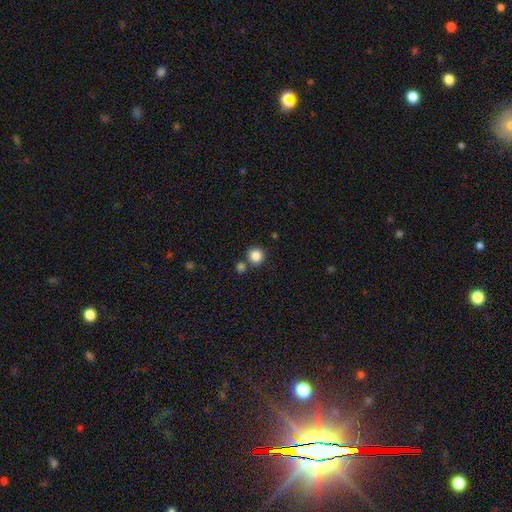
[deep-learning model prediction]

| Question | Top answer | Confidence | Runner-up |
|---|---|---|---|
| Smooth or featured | smooth | 86% | star or artifact (10%) |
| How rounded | round | 93% | in between (6%) |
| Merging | none | 76% | merger (14%) |